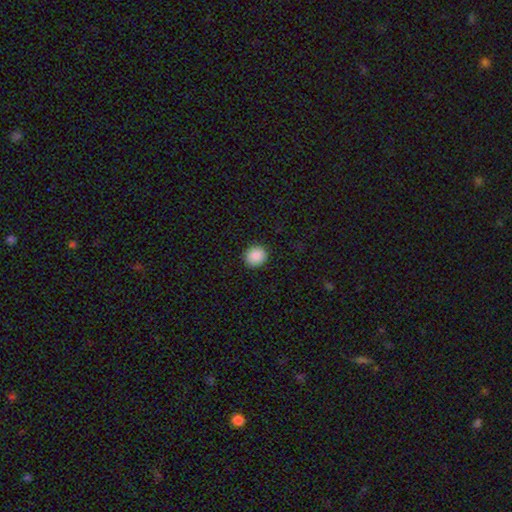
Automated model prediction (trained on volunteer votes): Morphology: type=smooth (90%); roundness=round (88%); merging=none (92%).